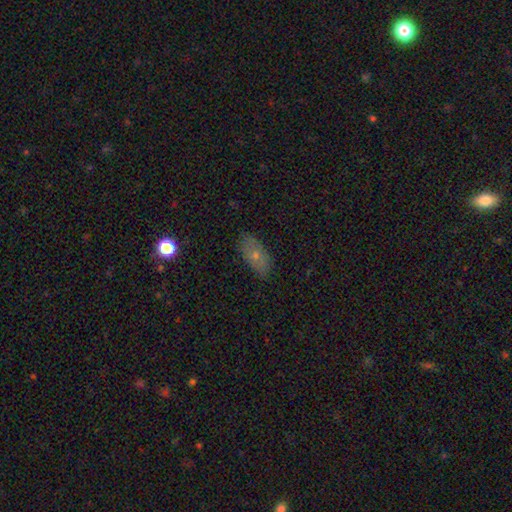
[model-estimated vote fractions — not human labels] The model was most divided on "smooth or featured": smooth: 67%, featured or disk: 23%, star or artifact: 9%. More confident: how rounded — in between (89%); merging — none (82%).